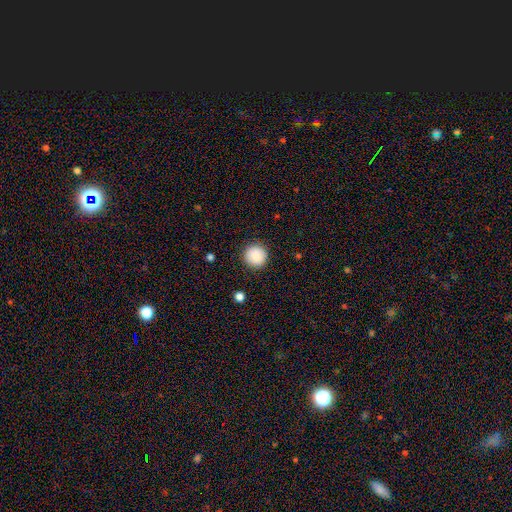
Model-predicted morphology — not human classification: smooth_or_featured: smooth (p=0.87) [alt: star or artifact p=0.08]
how_rounded: round (p=0.95) [alt: in between p=0.04]
merging: none (p=0.91) [alt: minor disturbance p=0.06]